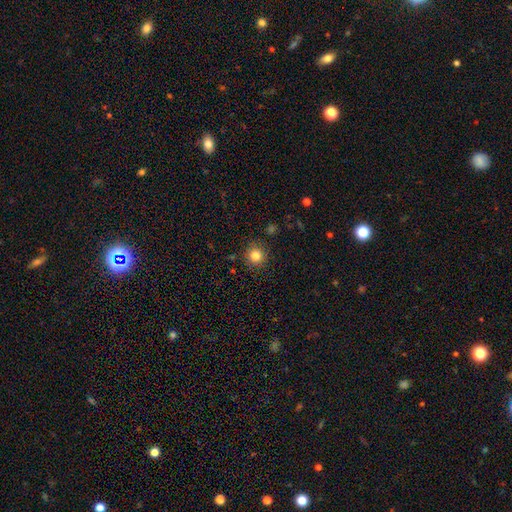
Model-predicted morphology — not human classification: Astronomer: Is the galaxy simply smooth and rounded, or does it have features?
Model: smooth — 83%.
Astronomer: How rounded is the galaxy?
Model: round — 94%.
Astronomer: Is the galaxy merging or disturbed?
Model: none — 89%.